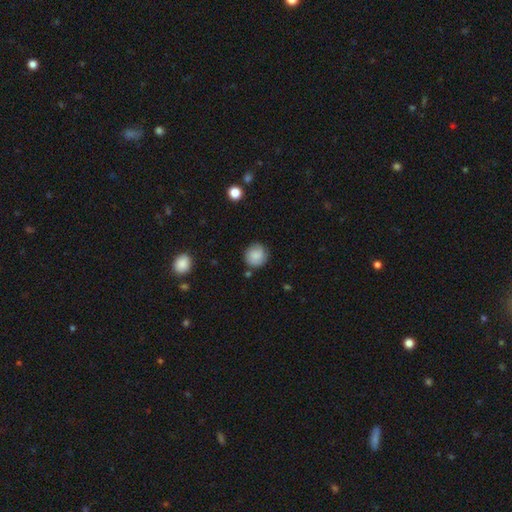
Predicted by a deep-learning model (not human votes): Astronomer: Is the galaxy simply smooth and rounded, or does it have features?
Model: smooth — 85%.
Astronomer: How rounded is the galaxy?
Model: round — 91%.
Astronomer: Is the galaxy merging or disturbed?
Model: none — 83%.